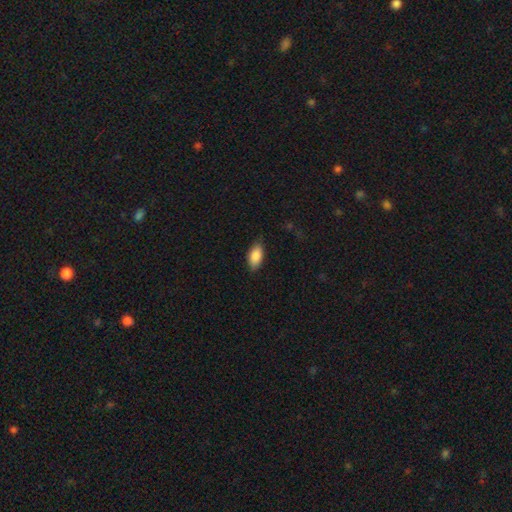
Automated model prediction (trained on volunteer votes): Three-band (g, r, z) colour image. It shows a smooth galaxy with no disk features (86%) that is in between round and cigar-shaped (92%). Merging: none (81%).